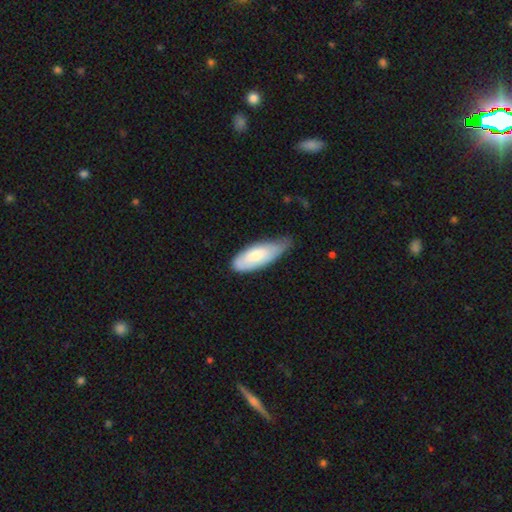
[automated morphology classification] Overall: smooth (70%). How rounded: in between (76%). Merging: minor disturbance (49%; none 36%).